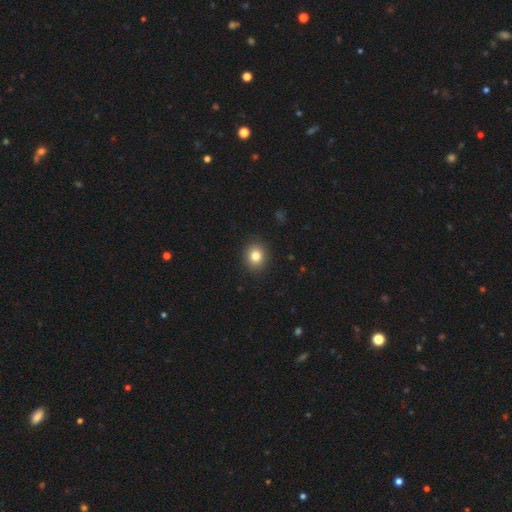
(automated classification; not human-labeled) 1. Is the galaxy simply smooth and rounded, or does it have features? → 82% smooth, 11% star or artifact, 7% featured or disk.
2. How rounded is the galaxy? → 76% round, 23% in between, 1% cigar-shaped.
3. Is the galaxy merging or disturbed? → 90% none, 7% minor disturbance, 2% major disturbance, 1% merger.